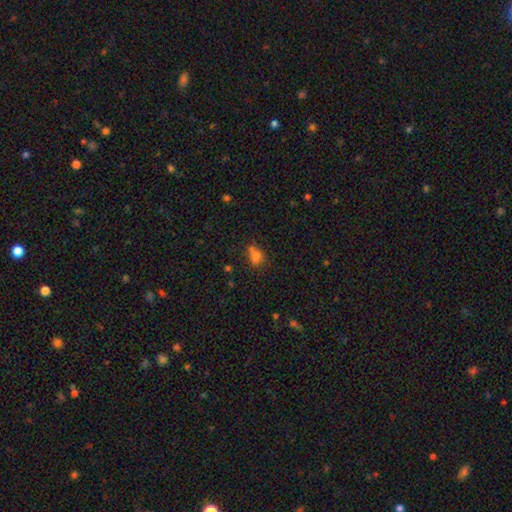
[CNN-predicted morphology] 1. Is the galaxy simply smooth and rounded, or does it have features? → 71% smooth, 18% star or artifact, 11% featured or disk.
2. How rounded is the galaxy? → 66% in between, 31% round, 3% cigar-shaped.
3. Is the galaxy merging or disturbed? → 50% none, 22% minor disturbance, 19% merger, 9% major disturbance.